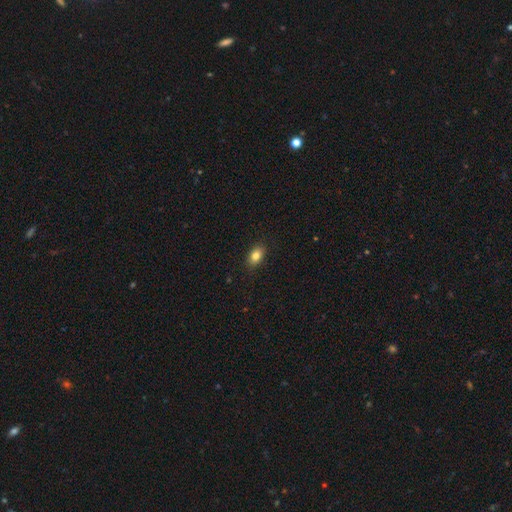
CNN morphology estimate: Q: Smooth or featured?
A: smooth (82%); runner-up: featured or disk (9%)
Q: How rounded?
A: in between (84%); runner-up: round (13%)
Q: Merging?
A: none (88%); runner-up: minor disturbance (9%)